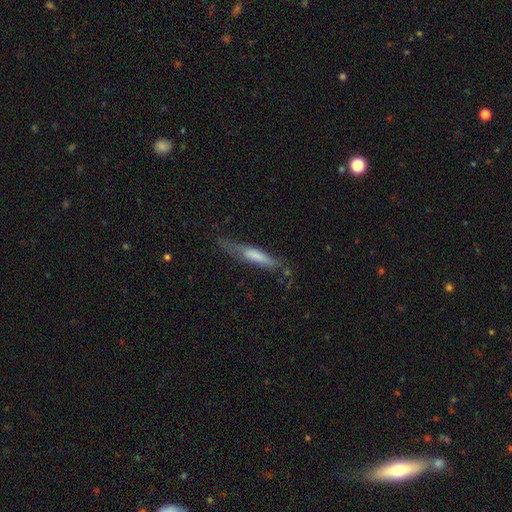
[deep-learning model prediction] smooth 59%, featured or disk 35%, star or artifact 6%. Down the decision tree: how rounded — cigar-shaped (86%); merging — none (59%).